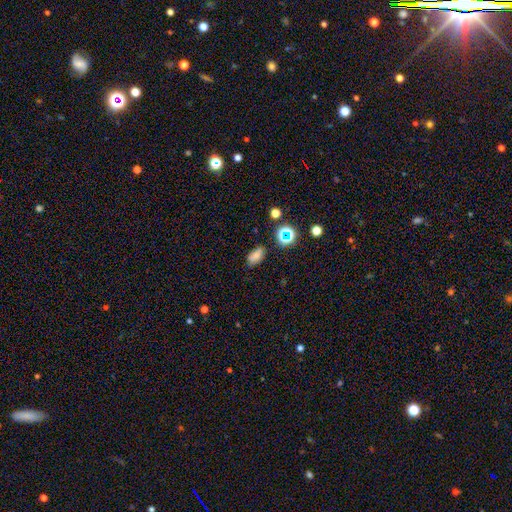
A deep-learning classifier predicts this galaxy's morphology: Smooth or featured? Predicted: smooth (p=0.71). How rounded? Predicted: in between (p=0.86). Merging? Predicted: none (p=0.76).